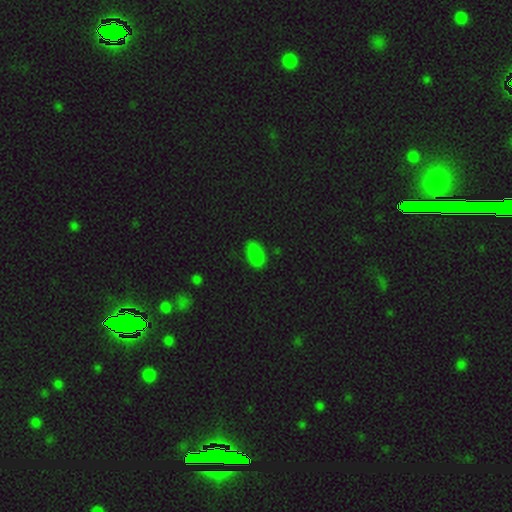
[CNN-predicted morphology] type=smooth (82%); roundness=in between (92%); merging=none (74%).